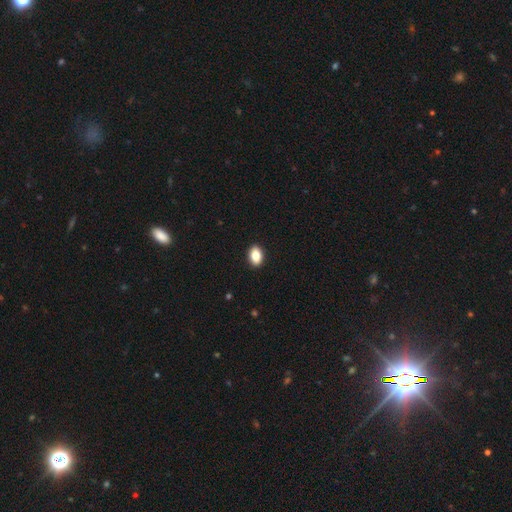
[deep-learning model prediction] smooth_or_featured: smooth (p=0.85) [alt: star or artifact p=0.08]
how_rounded: in between (p=0.87) [alt: round p=0.11]
merging: none (p=0.91) [alt: minor disturbance p=0.06]